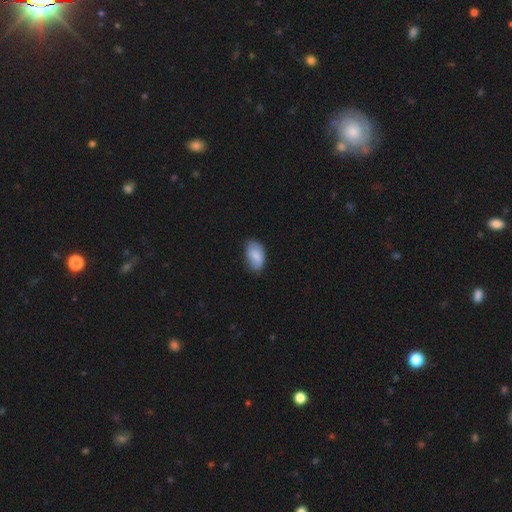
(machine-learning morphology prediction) A smooth galaxy with no disk features (83%) that is in between round and cigar-shaped (94%). Merging: none (71%).